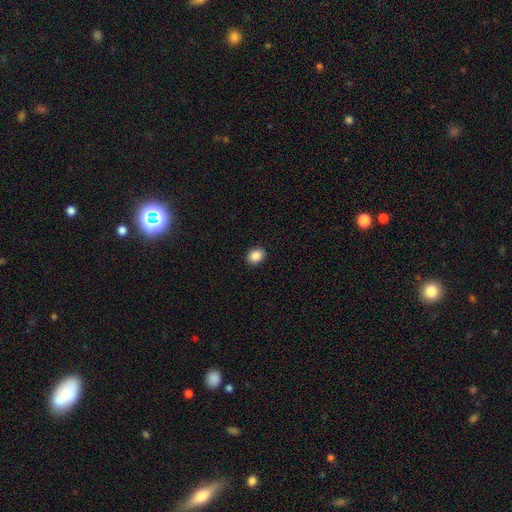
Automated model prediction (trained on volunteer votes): Q: Smooth or featured?
A: smooth (87%); runner-up: star or artifact (9%)
Q: How rounded?
A: in between (55%); runner-up: round (44%)
Q: Merging?
A: none (91%); runner-up: minor disturbance (6%)